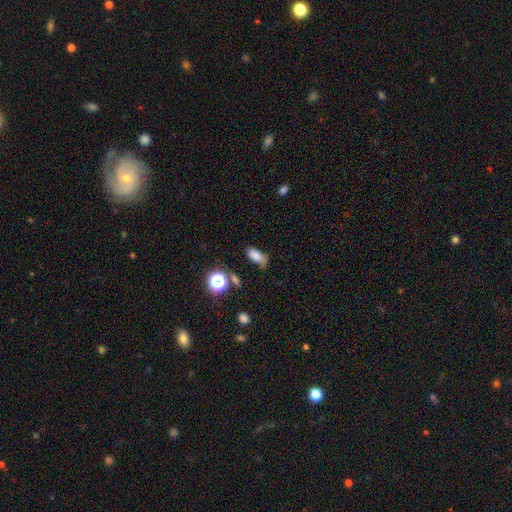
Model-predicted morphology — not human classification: type=smooth (76%); roundness=in between (82%); merging=none (62%).